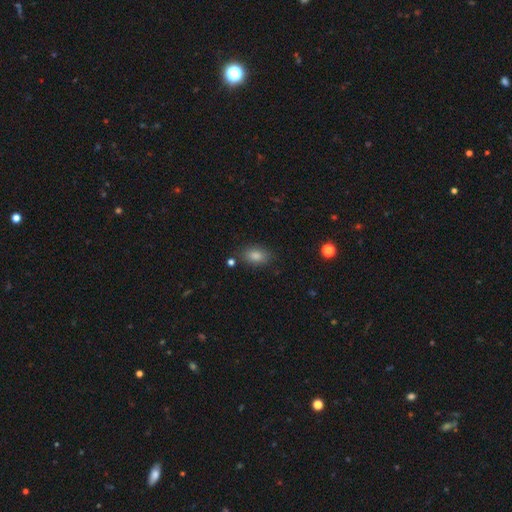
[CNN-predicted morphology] Smooth or featured? smooth (84%)
How rounded? in between (87%)
Merging? none (81%)